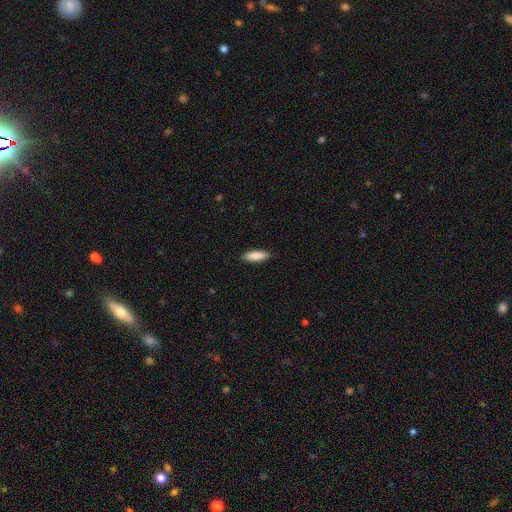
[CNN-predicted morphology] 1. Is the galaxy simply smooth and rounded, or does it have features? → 86% smooth, 8% featured or disk, 6% star or artifact.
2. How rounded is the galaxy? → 51% in between, 48% cigar-shaped, 2% round.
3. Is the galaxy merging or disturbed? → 89% none, 9% minor disturbance, 2% major disturbance, 1% merger.